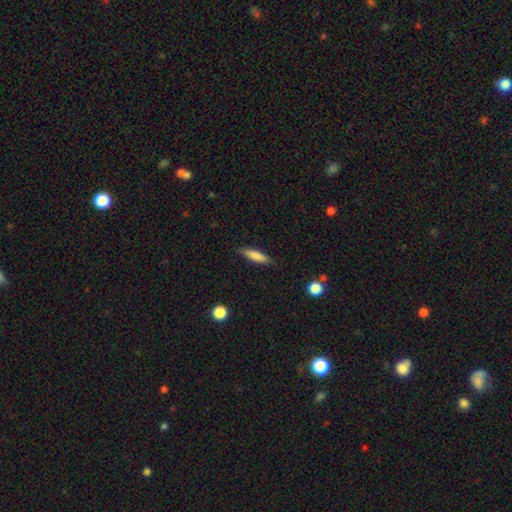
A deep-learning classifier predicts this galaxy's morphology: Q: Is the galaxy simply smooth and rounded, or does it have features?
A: smooth — 81%.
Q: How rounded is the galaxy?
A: cigar-shaped — 71%.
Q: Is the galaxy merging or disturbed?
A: none — 84%.